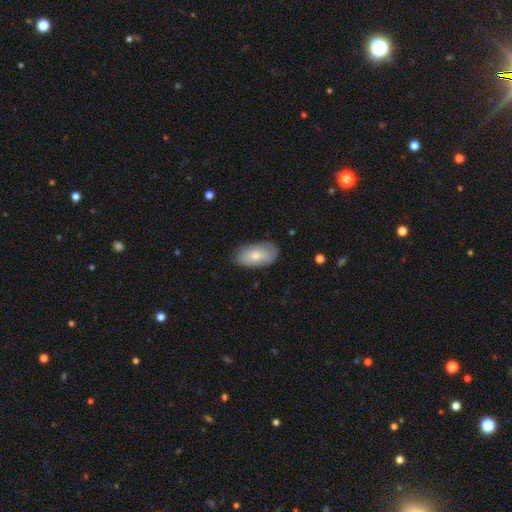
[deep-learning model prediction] smooth_or_featured: smooth (p=0.76) [alt: featured or disk p=0.18]
how_rounded: in between (p=0.94) [alt: round p=0.04]
merging: none (p=0.81) [alt: minor disturbance p=0.15]